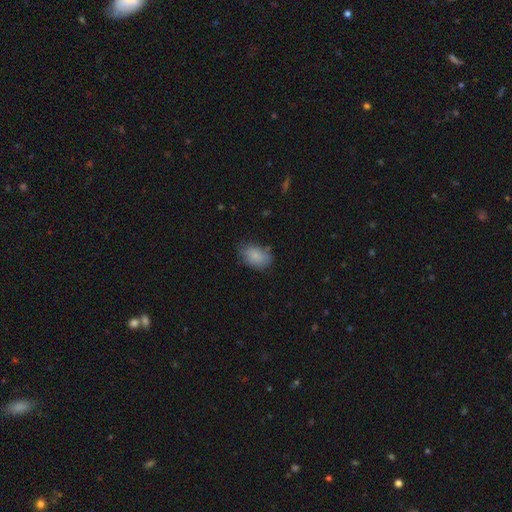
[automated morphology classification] This is clearly a smooth galaxy (84%). How rounded: clearly in between (86%). Merging: likely none (69%).